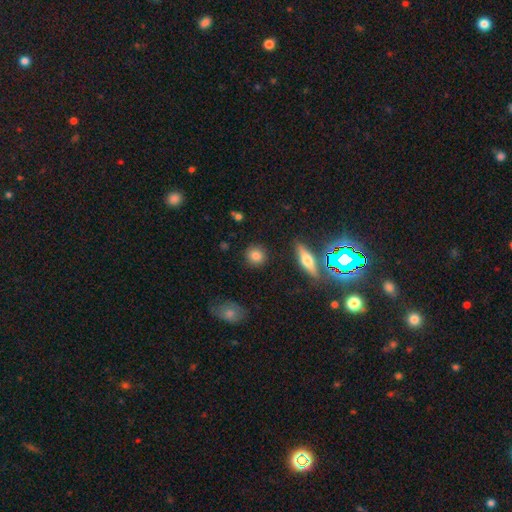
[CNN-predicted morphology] Overall: smooth (83%). How rounded: round (86%). Merging: none (90%).